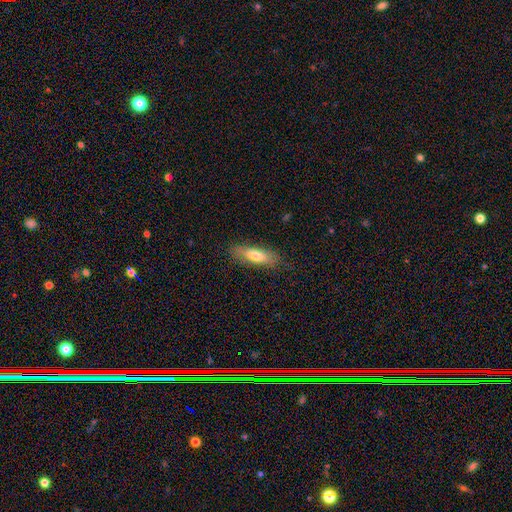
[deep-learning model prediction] Q: Smooth or featured?
A: smooth (73%); runner-up: featured or disk (21%)
Q: How rounded?
A: in between (52%); runner-up: cigar-shaped (46%)
Q: Merging?
A: none (81%); runner-up: minor disturbance (15%)